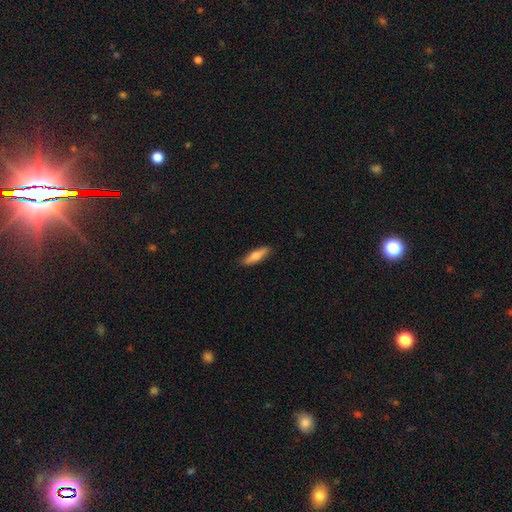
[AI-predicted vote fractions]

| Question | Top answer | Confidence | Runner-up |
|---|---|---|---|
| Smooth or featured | smooth | 65% | featured or disk (30%) |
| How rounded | cigar-shaped | 66% | in between (31%) |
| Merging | none | 87% | minor disturbance (10%) |